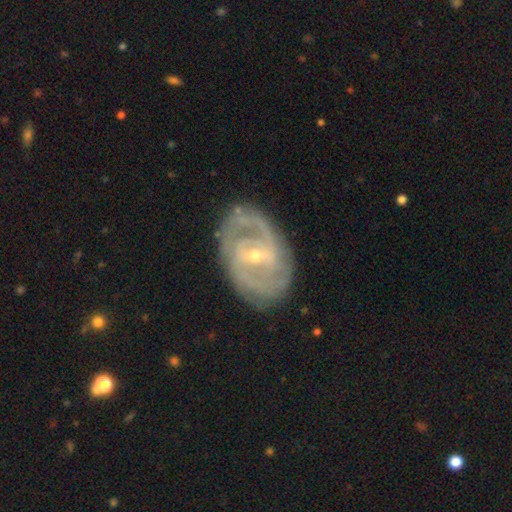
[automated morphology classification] Smooth or featured? featured or disk (85%)
Edge-on disk? no (96%)
Bar? weak (49%)
Spiral arms? yes (88%)
Spiral winding? tight (54%)
Spiral arm count? 2 (56%)
Bulge size? small (57%)
Merging? none (76%)